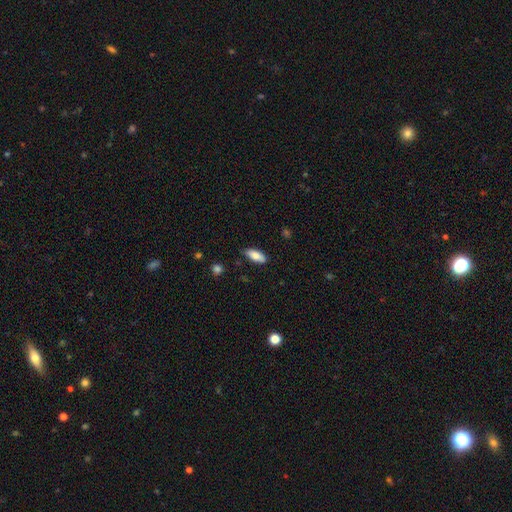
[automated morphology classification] A smooth galaxy with no disk features (81%) that is in between round and cigar-shaped (79%). Merging: none (82%).